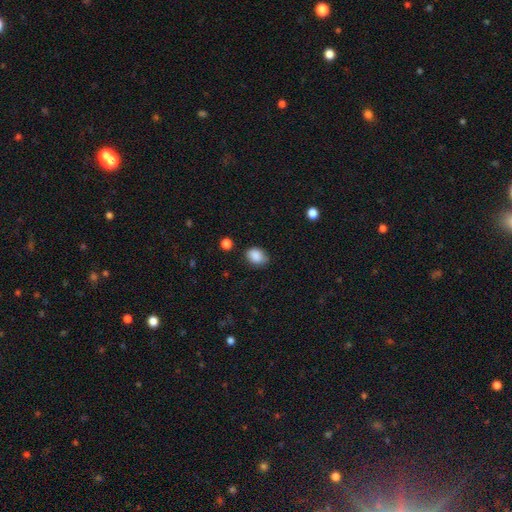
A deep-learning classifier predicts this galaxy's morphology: type=smooth (87%); roundness=in between (73%); merging=none (75%).